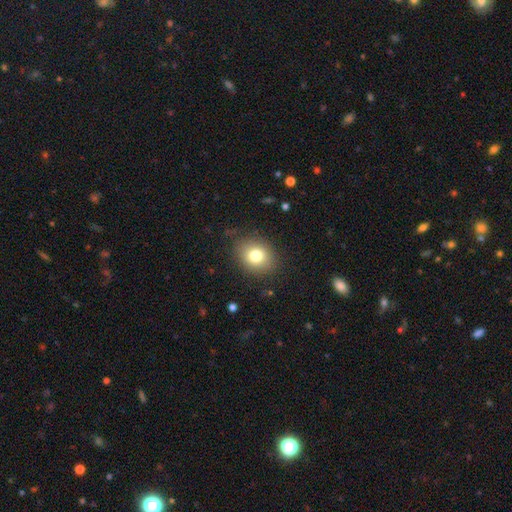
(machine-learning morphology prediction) Smooth or featured?
  - smooth: 78% *
  - star or artifact: 11%
  - featured or disk: 11%
How rounded?
  - round: 57% *
  - in between: 42%
  - cigar-shaped: 1%
Merging?
  - none: 84% *
  - minor disturbance: 11%
  - major disturbance: 4%
  - merger: 1%